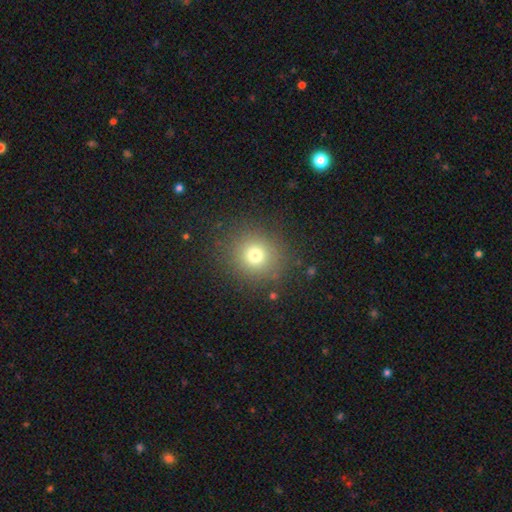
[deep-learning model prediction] This is likely a smooth galaxy (74%). How rounded: clearly round (88%). Merging: clearly none (88%).